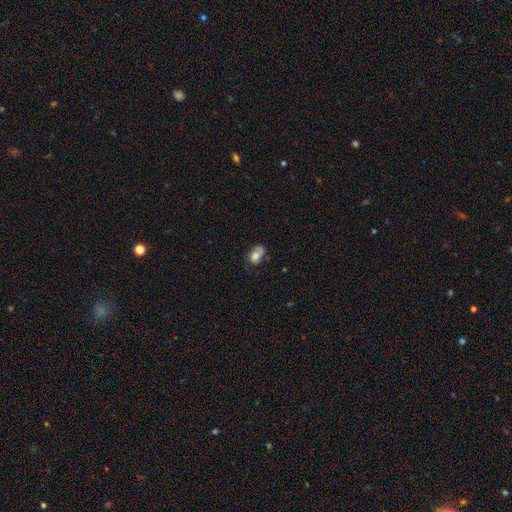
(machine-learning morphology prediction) Smooth or featured? Predicted: smooth (p=0.66). How rounded? Predicted: in between (p=0.75). Merging? Predicted: none (p=0.40).